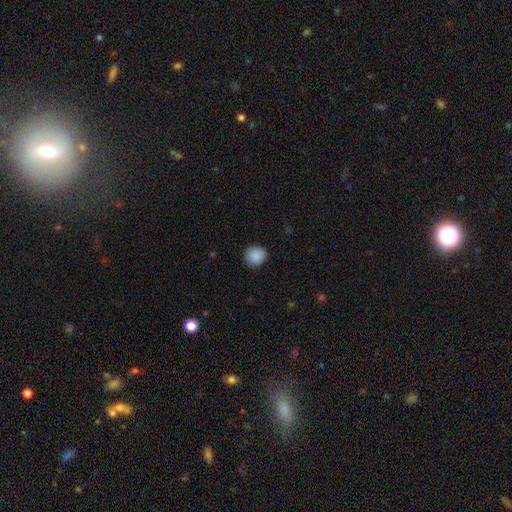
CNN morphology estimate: The model was most divided on "how rounded": round: 89%, in between: 10%, cigar-shaped: 1%. More confident: merging — none (89%); smooth or featured — smooth (89%).